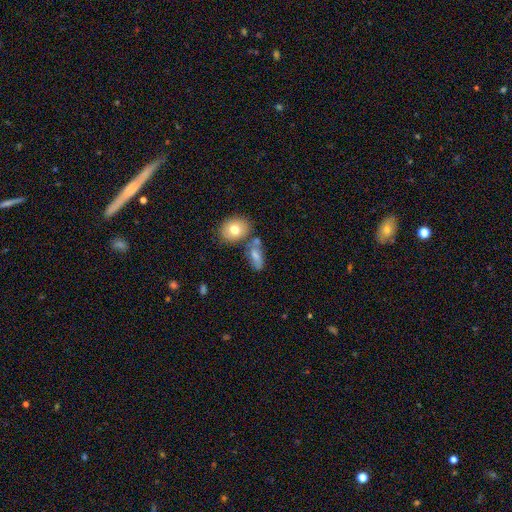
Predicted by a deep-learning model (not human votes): Smooth or featured?
  - smooth: 63% *
  - featured or disk: 27%
  - star or artifact: 10%
How rounded?
  - in between: 79% *
  - round: 12%
  - cigar-shaped: 9%
Merging?
  - none: 52% *
  - merger: 21%
  - minor disturbance: 19%
  - major disturbance: 8%